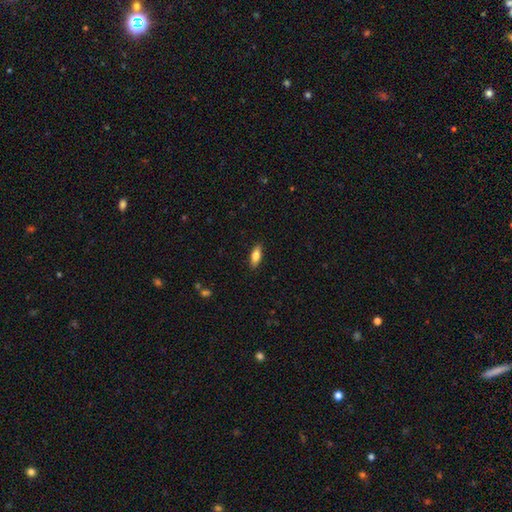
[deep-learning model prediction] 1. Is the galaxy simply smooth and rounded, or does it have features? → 79% smooth, 14% featured or disk, 6% star or artifact.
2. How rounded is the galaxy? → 73% in between, 25% cigar-shaped, 2% round.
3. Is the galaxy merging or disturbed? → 88% none, 9% minor disturbance, 2% major disturbance, 1% merger.